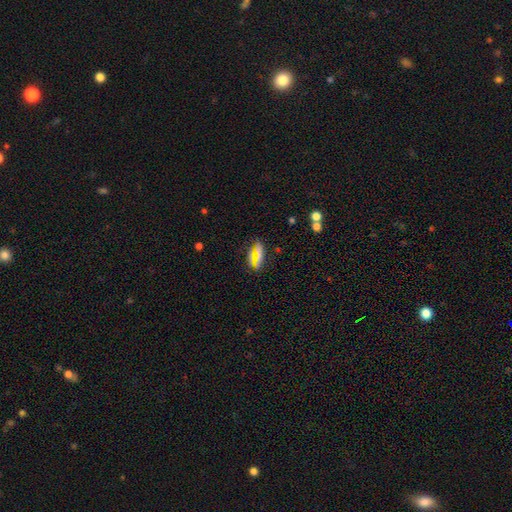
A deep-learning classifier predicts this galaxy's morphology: A smooth galaxy with no disk features (57%) that is in between round and cigar-shaped (71%). Merging: none (67%).